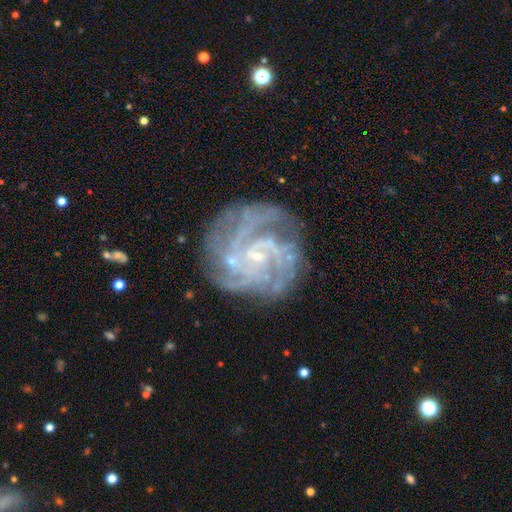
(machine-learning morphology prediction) Overall: featured or disk (87%). Edge-on disk: no (98%). Bar: no (58%; weak 33%). Spiral arms: yes (96%). Spiral arm count: 4 (27%; can't tell 22%). Spiral winding: tight (62%; medium 32%). Bulge size: small (80%). Merging: none (71%).